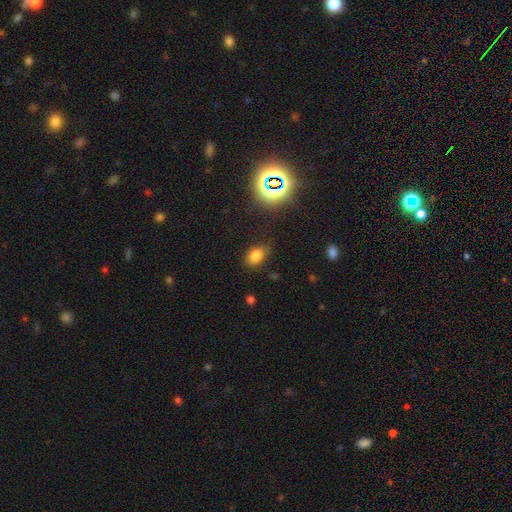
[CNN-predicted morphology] smooth_or_featured: smooth (p=0.76) [alt: star or artifact p=0.17]
how_rounded: in between (p=0.67) [alt: round p=0.31]
merging: none (p=0.74) [alt: minor disturbance p=0.19]